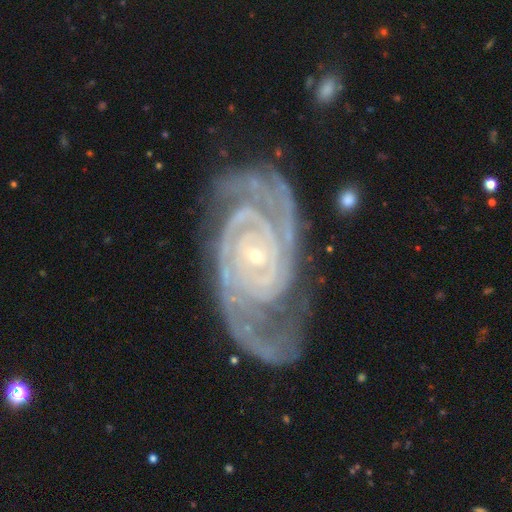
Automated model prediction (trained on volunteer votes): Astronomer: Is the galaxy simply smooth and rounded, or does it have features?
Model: featured or disk — 93%.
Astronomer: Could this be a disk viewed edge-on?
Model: no — 97%.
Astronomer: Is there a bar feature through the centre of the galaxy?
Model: no — 69%.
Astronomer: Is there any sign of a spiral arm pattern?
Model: yes — 99%.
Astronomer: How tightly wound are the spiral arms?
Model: tight — 78%.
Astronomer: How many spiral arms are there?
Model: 2 — 60%.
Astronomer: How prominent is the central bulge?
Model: small — 84%.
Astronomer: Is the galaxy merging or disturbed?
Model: none — 67%.